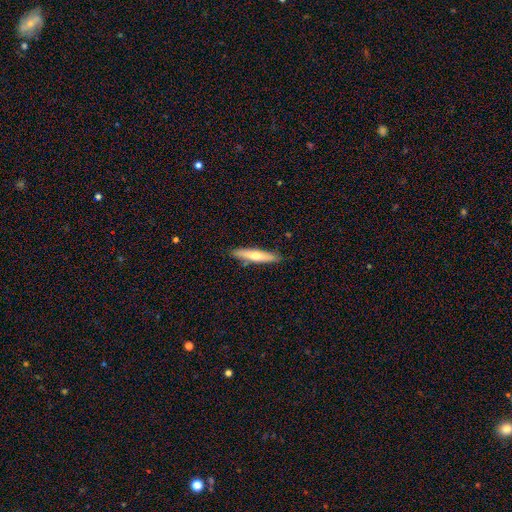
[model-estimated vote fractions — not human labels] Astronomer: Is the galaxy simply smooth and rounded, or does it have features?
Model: smooth — 56% (runner-up: featured or disk, 39%).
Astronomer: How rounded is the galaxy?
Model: cigar-shaped — 87%.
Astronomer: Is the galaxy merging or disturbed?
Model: none — 86%.